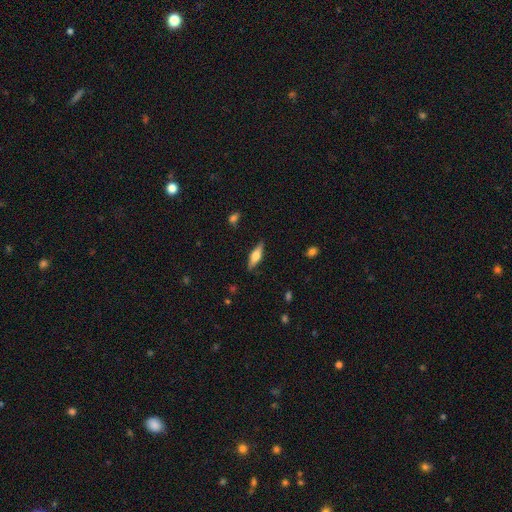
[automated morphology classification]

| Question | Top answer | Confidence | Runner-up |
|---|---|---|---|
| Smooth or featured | featured or disk | 51% | smooth (43%) |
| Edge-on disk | yes | 93% | no (7%) |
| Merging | none | 85% | minor disturbance (12%) |